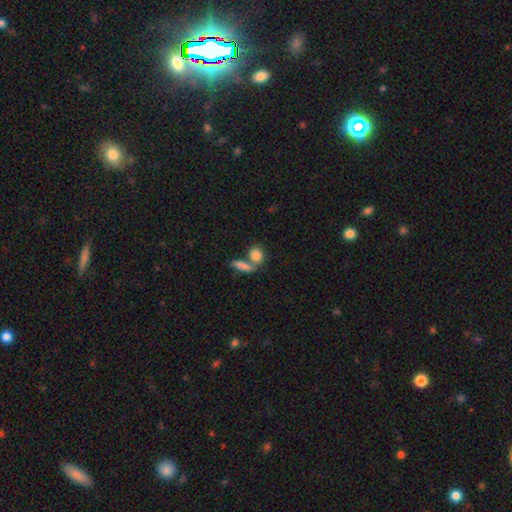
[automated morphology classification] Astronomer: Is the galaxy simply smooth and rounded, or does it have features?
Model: smooth — 84%.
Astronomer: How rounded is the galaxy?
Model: in between — 47% (runner-up: round, 45%).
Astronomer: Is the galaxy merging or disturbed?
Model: none — 45% (runner-up: merger, 41%).